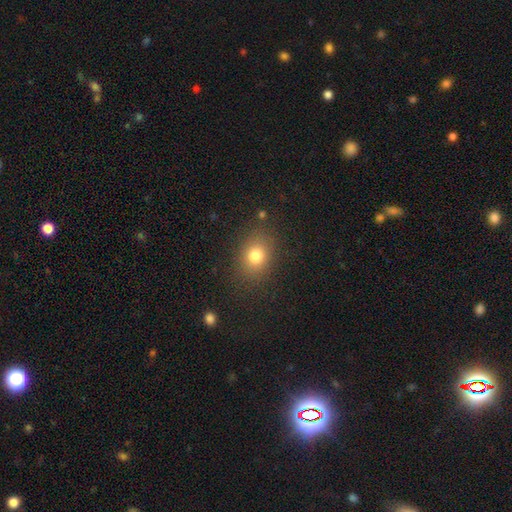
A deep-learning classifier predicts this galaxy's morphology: Overall: smooth (78%). How rounded: in between (52%; round 47%). Merging: none (84%).